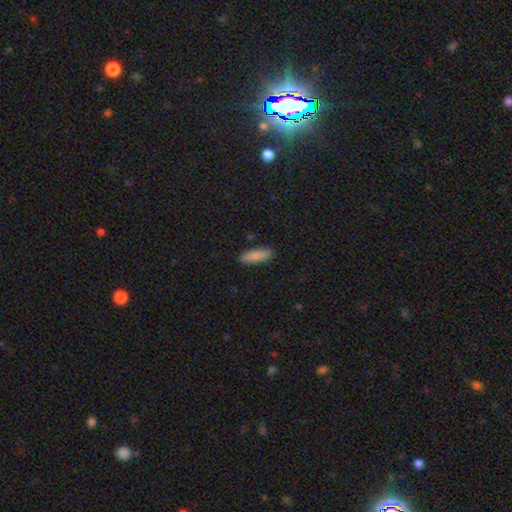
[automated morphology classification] smooth_or_featured: smooth (p=0.87) [alt: featured or disk p=0.07]
how_rounded: in between (p=0.58) [alt: cigar-shaped p=0.40]
merging: none (p=0.88) [alt: minor disturbance p=0.09]